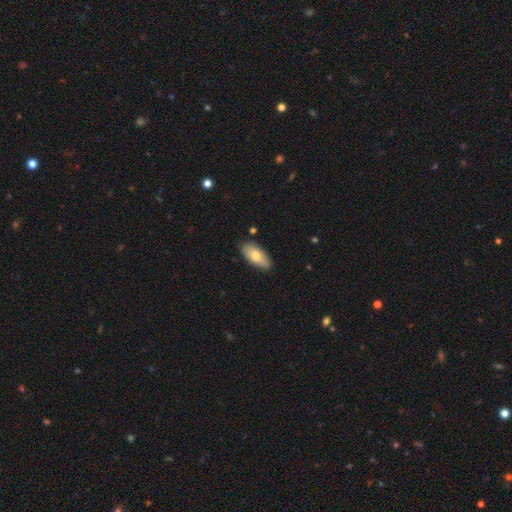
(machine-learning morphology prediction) A smooth galaxy with no disk features (74%) that is in between round and cigar-shaped (89%). Merging: none (84%).